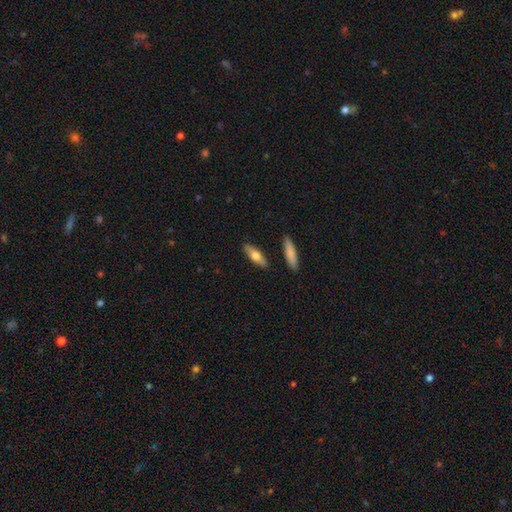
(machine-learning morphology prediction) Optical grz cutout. It shows a smooth galaxy with no disk features (63%) that is cigar-shaped (51%). Merging: none (85%).